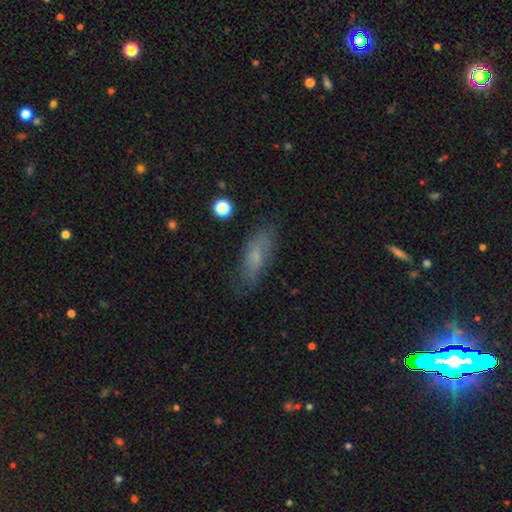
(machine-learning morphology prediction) This is likely a smooth galaxy (62%). How rounded: likely in between (65%). Merging: likely none (70%).